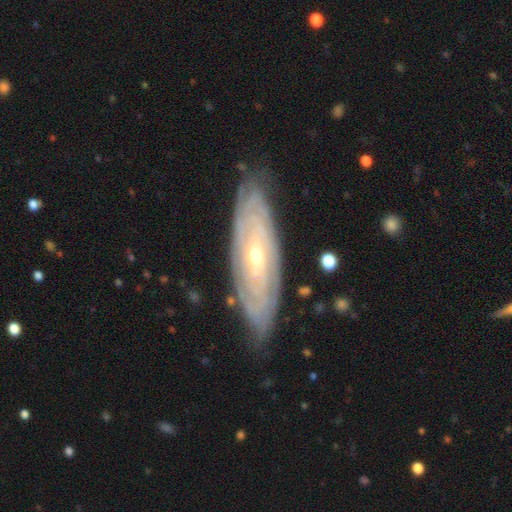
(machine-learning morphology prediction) smooth-or-featured: featured or disk: 84% | smooth: 11% | star or artifact: 5%
  disk-edge-on: no: 81% | yes: 19%
    bar: no: 57% | weak: 30% | strong: 13%
    has-spiral-arms: yes: 90% | no: 10%
      spiral-winding: tight: 83% | medium: 14% | loose: 4%
      spiral-arm-count: can't tell: 58% | 2: 12% | 4: 10% | 3: 8% | more than 4: 7% | 1: 4%
    bulge-size: small: 59% | moderate: 39% | large: 1% | none: 1% | dominant: 1%
  merging: none: 83% | minor disturbance: 13% | major disturbance: 3% | merger: 1%